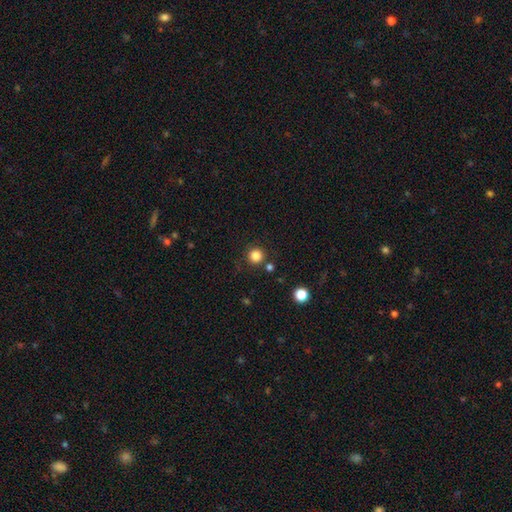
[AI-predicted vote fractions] Smooth or featured? smooth (83%)
How rounded? round (95%)
Merging? none (86%)